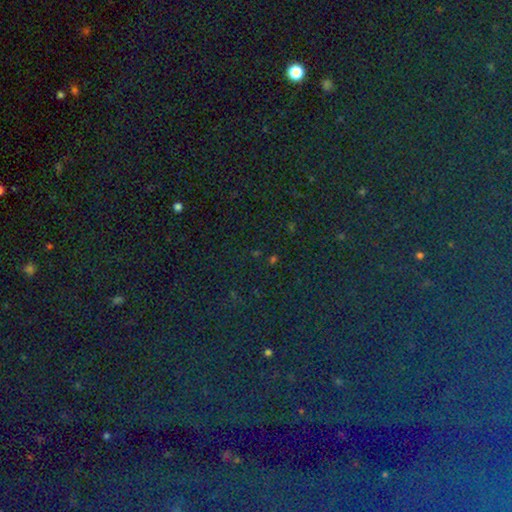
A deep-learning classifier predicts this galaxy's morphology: Smooth or featured? Predicted: star or artifact (p=0.82).